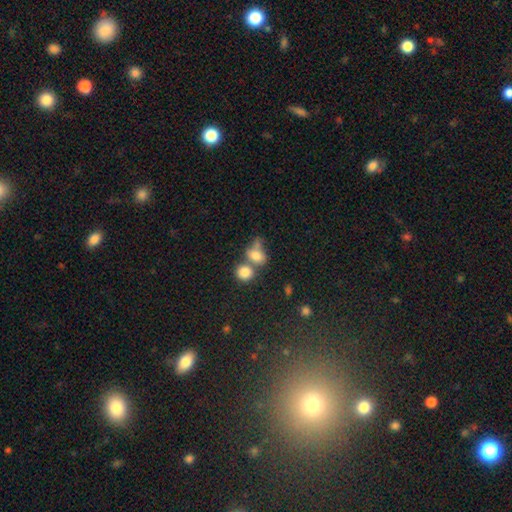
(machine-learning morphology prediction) smooth 76%, featured or disk 13%, star or artifact 11%. Down the decision tree: how rounded — in between (55%); merging — merger (52%).